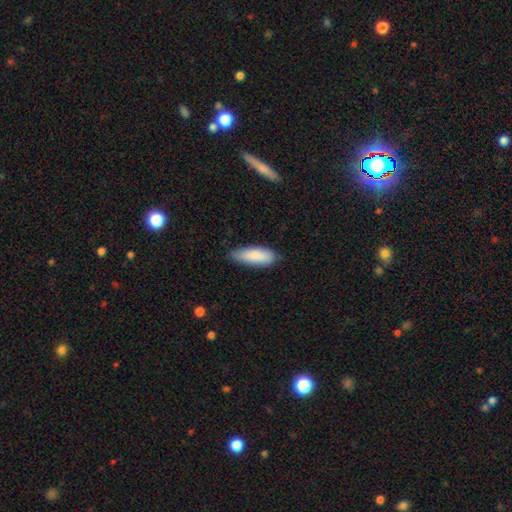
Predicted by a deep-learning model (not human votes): Smooth or featured: smooth — 86% (featured or disk — 8%)
How rounded: in between — 65% (cigar-shaped — 34%)
Merging: none — 74% (minor disturbance — 22%)